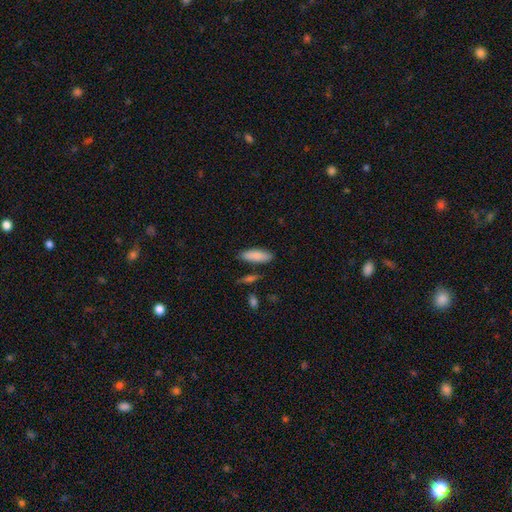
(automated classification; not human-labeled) Smooth or featured? smooth (86%)
How rounded? in between (60%)
Merging? none (81%)